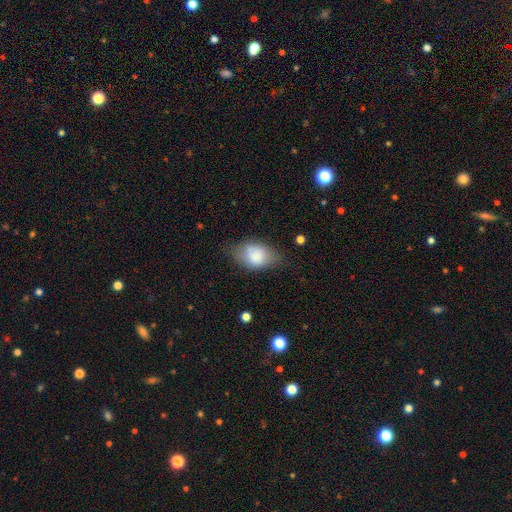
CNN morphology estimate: Q: Smooth or featured?
A: smooth (80%); runner-up: featured or disk (12%)
Q: How rounded?
A: in between (82%); runner-up: round (17%)
Q: Merging?
A: none (56%); runner-up: minor disturbance (30%)